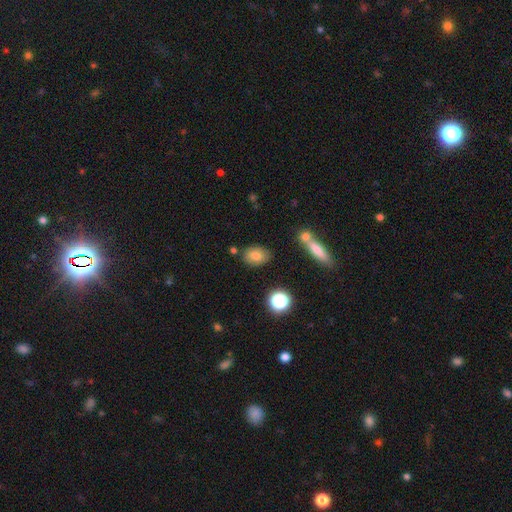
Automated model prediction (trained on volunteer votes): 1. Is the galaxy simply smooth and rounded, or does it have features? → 77% smooth, 12% featured or disk, 11% star or artifact.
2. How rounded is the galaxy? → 72% in between, 26% round, 2% cigar-shaped.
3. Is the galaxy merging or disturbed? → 78% none, 12% minor disturbance, 7% merger, 3% major disturbance.